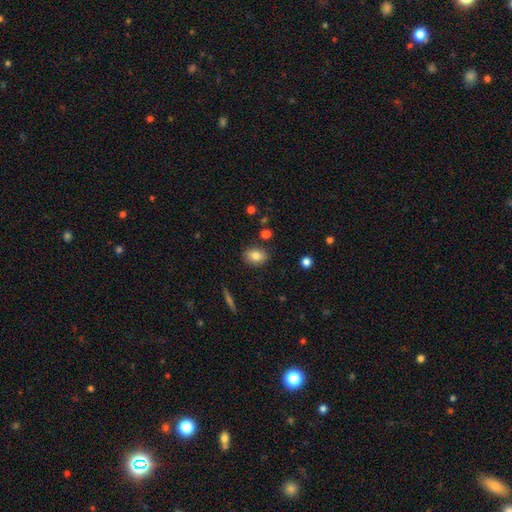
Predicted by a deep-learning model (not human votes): Smooth or featured? smooth (80%)
How rounded? in between (68%)
Merging? none (84%)